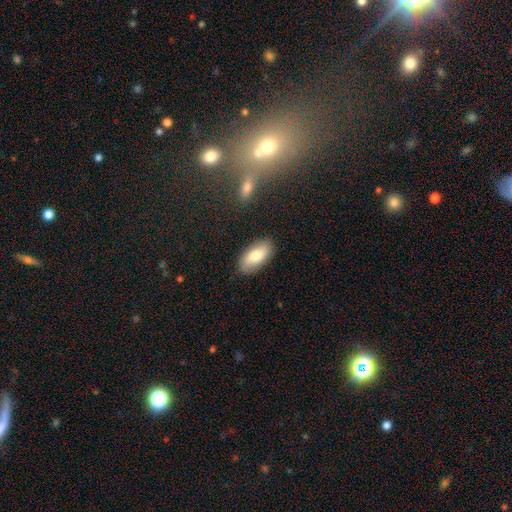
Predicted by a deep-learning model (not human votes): Smooth or featured? Predicted: smooth (p=0.76). How rounded? Predicted: in between (p=0.92). Merging? Predicted: none (p=0.87).